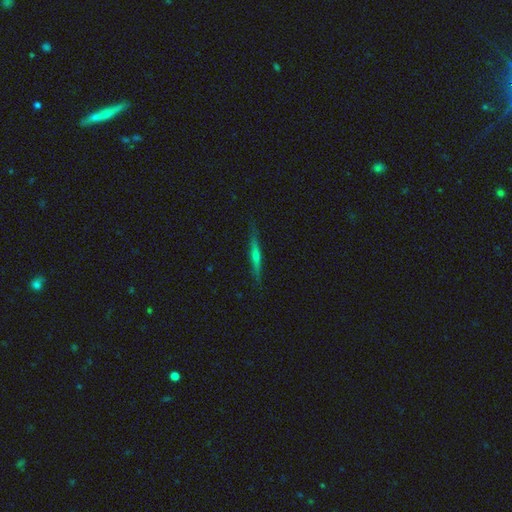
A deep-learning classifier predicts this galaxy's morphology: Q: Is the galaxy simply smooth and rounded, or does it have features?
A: featured or disk — 70%.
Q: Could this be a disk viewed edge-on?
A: yes — 97%.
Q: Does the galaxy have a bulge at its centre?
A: rounded — 71%.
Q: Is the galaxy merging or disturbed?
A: none — 89%.